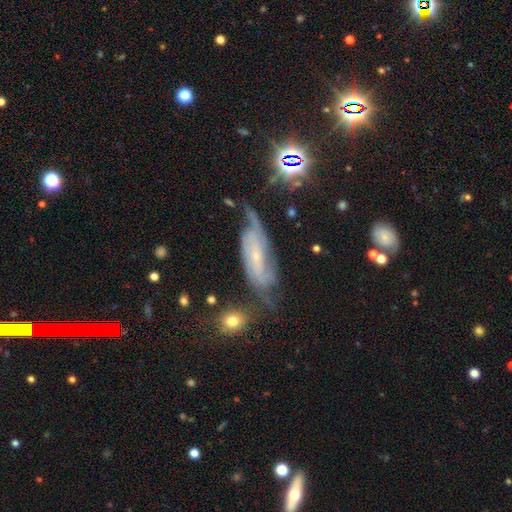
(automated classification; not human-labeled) The model was most divided on "spiral winding": tight: 43%, medium: 38%, loose: 19%. Remaining: spiral arms — yes (91%); edge-on disk — no (87%); bulge size — small (76%); smooth or featured — featured or disk (75%); bar — no (49%); merging — none (48%); spiral arm count — 2 (45%).